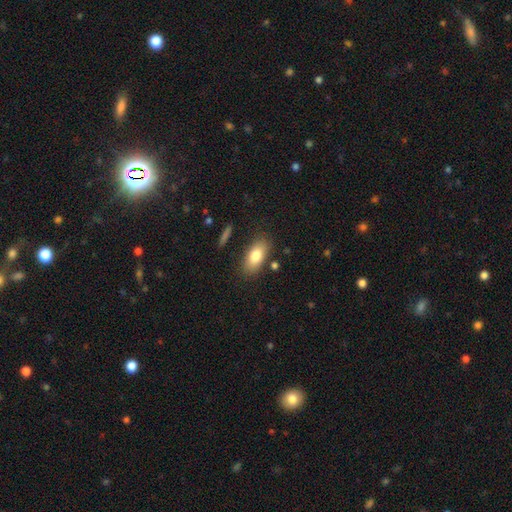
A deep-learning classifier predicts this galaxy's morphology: Smooth or featured? smooth (80%)
How rounded? in between (87%)
Merging? none (82%)